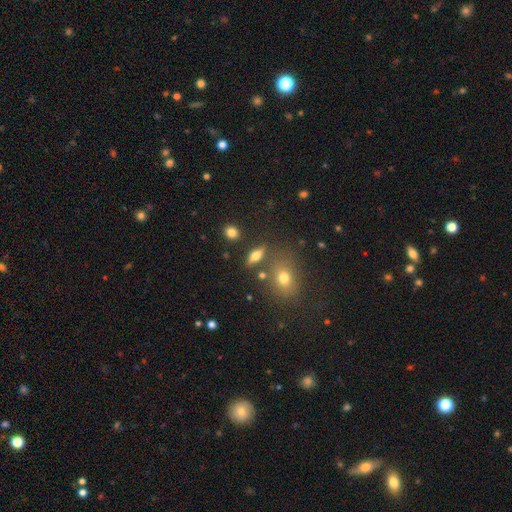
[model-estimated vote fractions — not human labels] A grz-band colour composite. It shows a smooth galaxy with no disk features (62%) that is in between round and cigar-shaped (60%). Merging: none (75%).